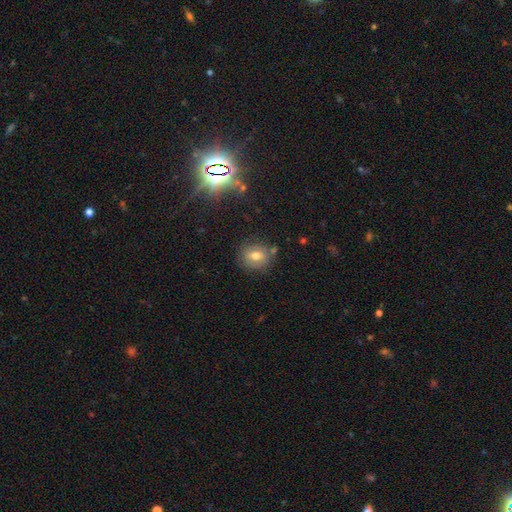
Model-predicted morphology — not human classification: The model was most divided on "how rounded": round: 57%, in between: 42%, cigar-shaped: 1%. More confident: merging — none (78%); smooth or featured — smooth (70%).